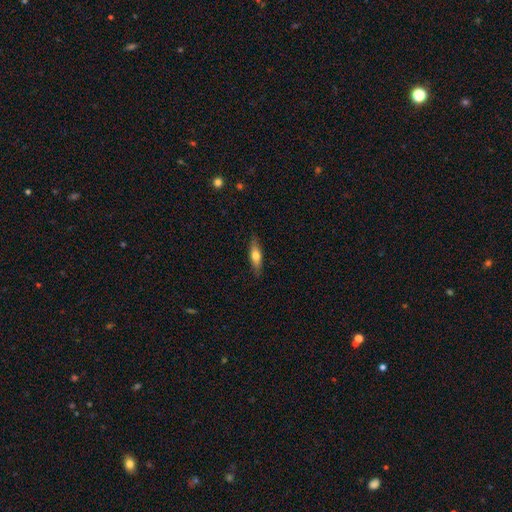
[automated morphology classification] smooth-or-featured: smooth: 58% | featured or disk: 36% | star or artifact: 6%
  how-rounded: cigar-shaped: 57% | in between: 41% | round: 3%
  merging: none: 86% | minor disturbance: 11% | major disturbance: 2% | merger: 1%